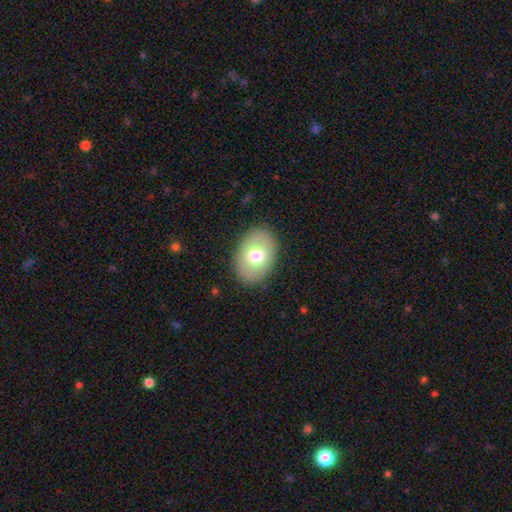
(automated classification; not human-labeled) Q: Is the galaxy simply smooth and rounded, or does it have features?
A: smooth — 72%.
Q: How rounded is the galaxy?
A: in between — 81%.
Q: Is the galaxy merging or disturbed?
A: none — 87%.